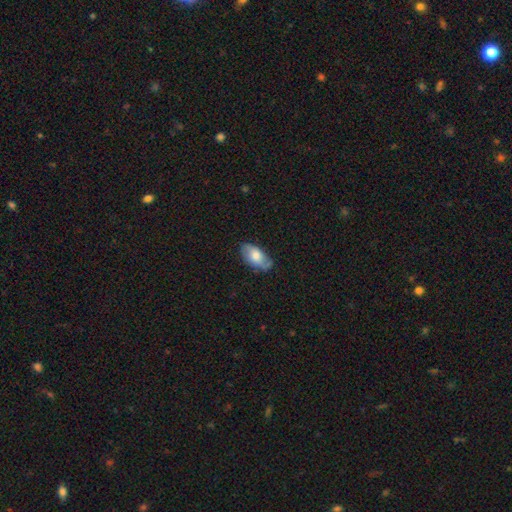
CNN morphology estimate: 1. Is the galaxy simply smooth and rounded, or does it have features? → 60% smooth, 33% featured or disk, 7% star or artifact.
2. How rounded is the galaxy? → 93% in between, 4% round, 3% cigar-shaped.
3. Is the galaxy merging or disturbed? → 73% none, 21% minor disturbance, 5% major disturbance, 1% merger.